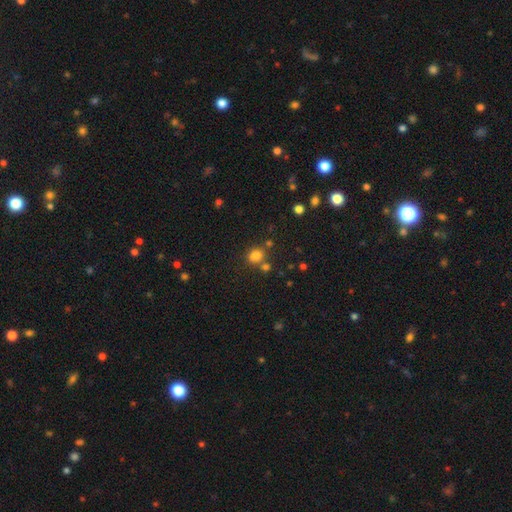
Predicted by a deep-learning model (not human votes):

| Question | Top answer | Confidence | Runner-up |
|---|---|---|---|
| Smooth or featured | smooth | 79% | star or artifact (15%) |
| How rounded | round | 64% | in between (35%) |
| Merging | none | 65% | merger (19%) |